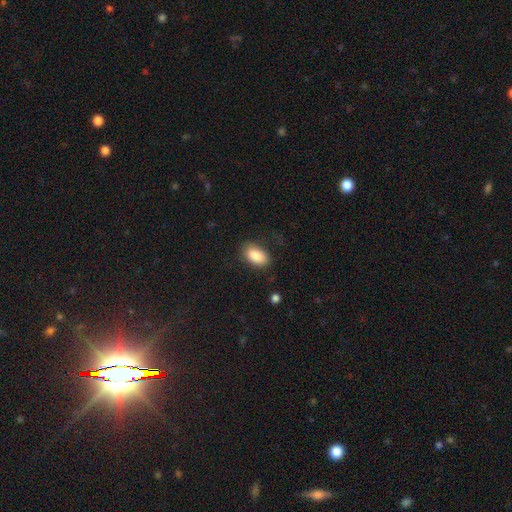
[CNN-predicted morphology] Smooth or featured?
  - smooth: 87% *
  - star or artifact: 7%
  - featured or disk: 6%
How rounded?
  - in between: 93% *
  - round: 5%
  - cigar-shaped: 2%
Merging?
  - none: 78% *
  - minor disturbance: 15%
  - major disturbance: 6%
  - merger: 1%